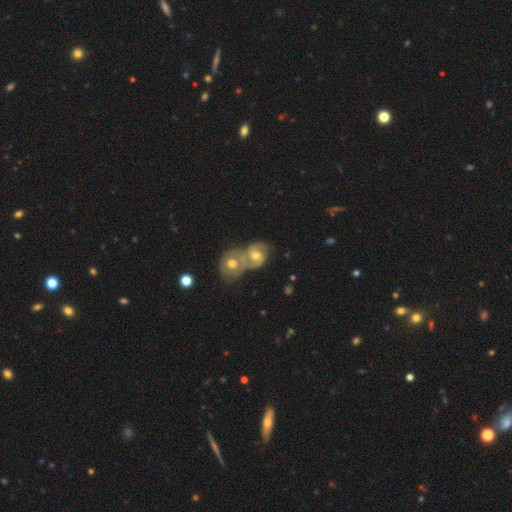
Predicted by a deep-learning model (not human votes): A featured or disk galaxy (64%) with no bar (70%), 2 (66%) tight (47%) spiral arms (82%) and a moderate central bulge (72%).

Vote fractions:
- Smooth or featured? featured or disk: 64% / smooth: 28% / star or artifact: 7%
- Edge-on disk? no: 97% / yes: 3%
- Bar? no: 70% / weak: 25% / strong: 5%
- Spiral arms? yes: 82% / no: 18%
- Spiral winding? tight: 47% / medium: 41% / loose: 12%
- Spiral arm count? 2: 66% / can't tell: 20% / 1: 6% / 3: 5% / 4: 2% / more than 4: 2%
- Bulge size? moderate: 72% / small: 14% / large: 10% / none: 2% / dominant: 1%
- Merging? merger: 69% / none: 19% / minor disturbance: 8% / major disturbance: 5%